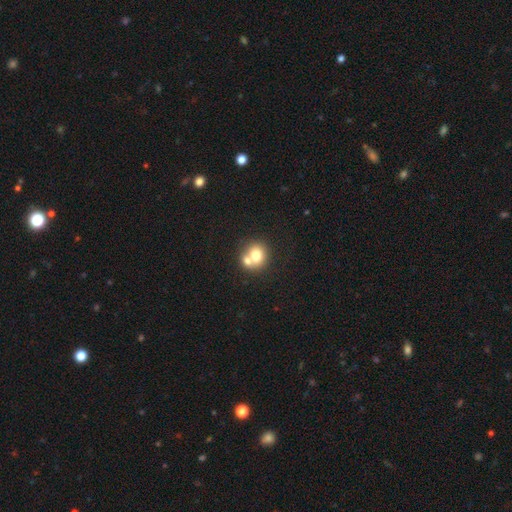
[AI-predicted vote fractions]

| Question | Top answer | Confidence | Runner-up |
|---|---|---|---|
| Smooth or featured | smooth | 72% | featured or disk (18%) |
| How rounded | round | 74% | in between (25%) |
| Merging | merger | 52% | none (38%) |